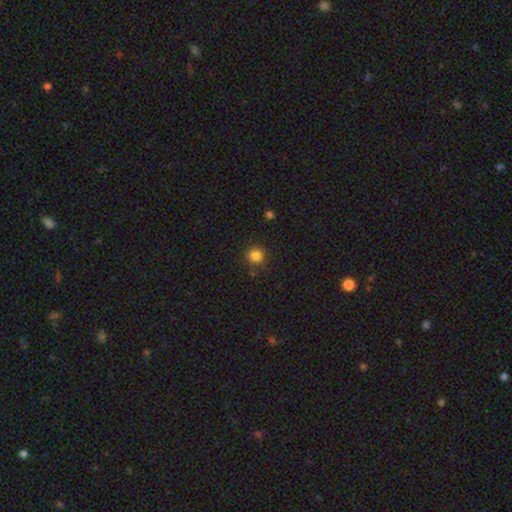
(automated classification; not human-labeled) smooth 84%, star or artifact 12%, featured or disk 4%. Down the decision tree: how rounded — round (93%); merging — none (85%).